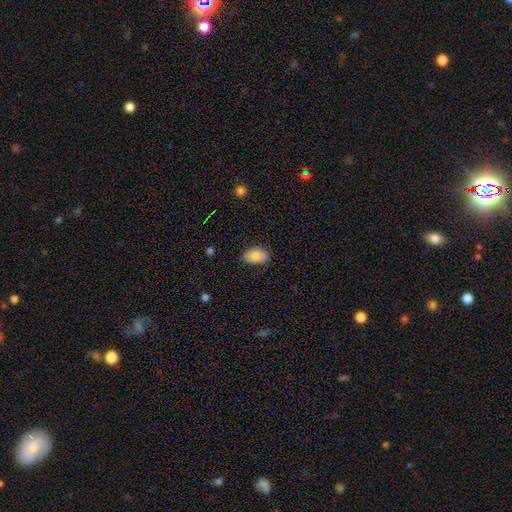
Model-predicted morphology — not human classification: smooth_or_featured: smooth (p=0.84) [alt: featured or disk p=0.09]
how_rounded: in between (p=0.89) [alt: round p=0.10]
merging: none (p=0.78) [alt: minor disturbance p=0.17]